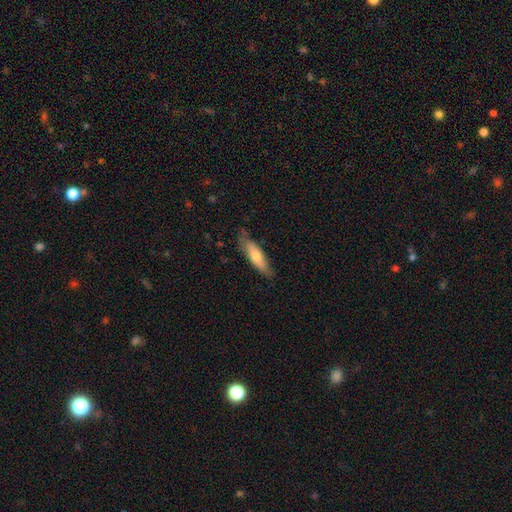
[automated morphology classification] type=smooth (62%); roundness=cigar-shaped (63%); merging=none (74%).